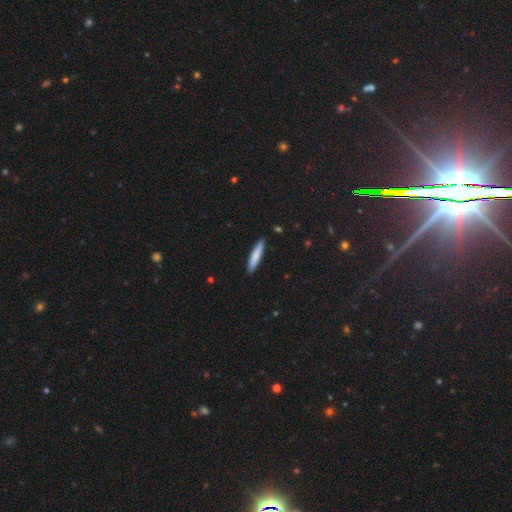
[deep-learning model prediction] This is likely a smooth galaxy (79%). How rounded: clearly cigar-shaped (90%). Merging: clearly none (90%).